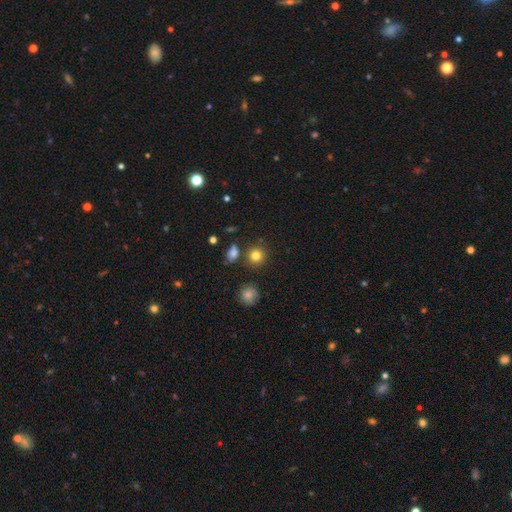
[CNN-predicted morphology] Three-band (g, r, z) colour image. It shows a smooth galaxy with no disk features (80%) that is round (89%). Merging: none (82%).